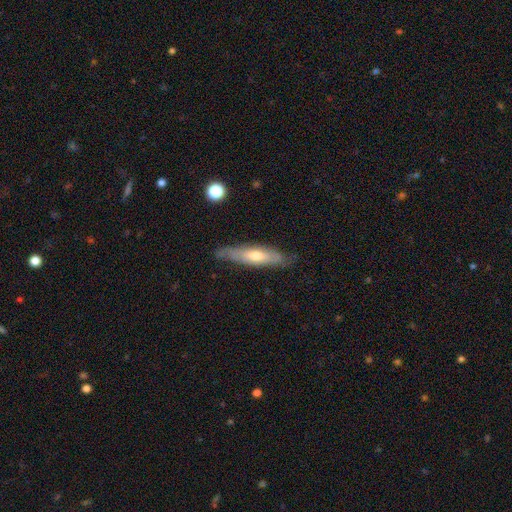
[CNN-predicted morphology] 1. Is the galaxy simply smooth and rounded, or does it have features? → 52% featured or disk, 42% smooth, 6% star or artifact.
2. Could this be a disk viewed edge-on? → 62% yes, 38% no.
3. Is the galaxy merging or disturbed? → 76% none, 19% minor disturbance, 4% major disturbance, 1% merger.